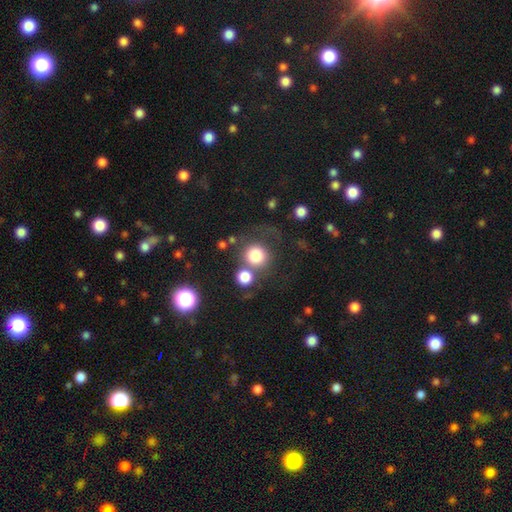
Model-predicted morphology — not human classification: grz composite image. It shows a smooth galaxy with no disk features (78%) that is round (90%). Merging: none (49%).